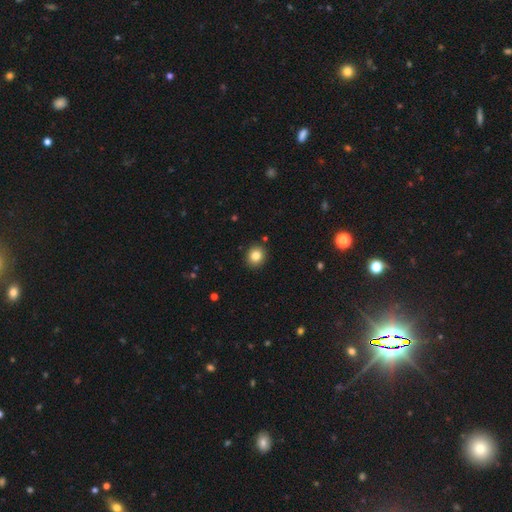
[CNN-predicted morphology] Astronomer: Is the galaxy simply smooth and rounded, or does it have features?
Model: smooth — 83%.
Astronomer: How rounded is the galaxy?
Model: round — 78%.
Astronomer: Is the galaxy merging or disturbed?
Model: none — 90%.